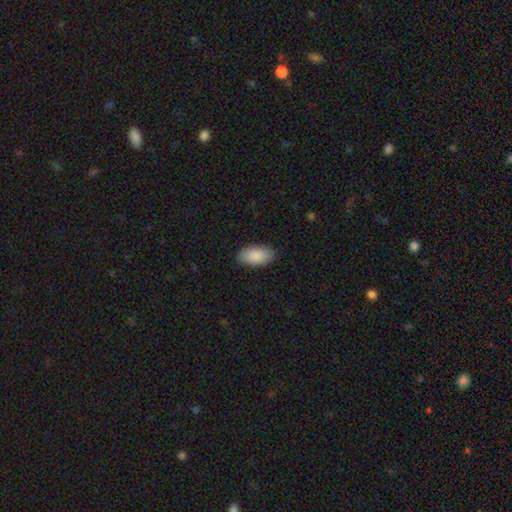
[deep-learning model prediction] smooth-or-featured: smooth: 89% | star or artifact: 6% | featured or disk: 5%
  how-rounded: in between: 95% | cigar-shaped: 3% | round: 2%
  merging: none: 87% | minor disturbance: 10% | major disturbance: 2% | merger: 1%